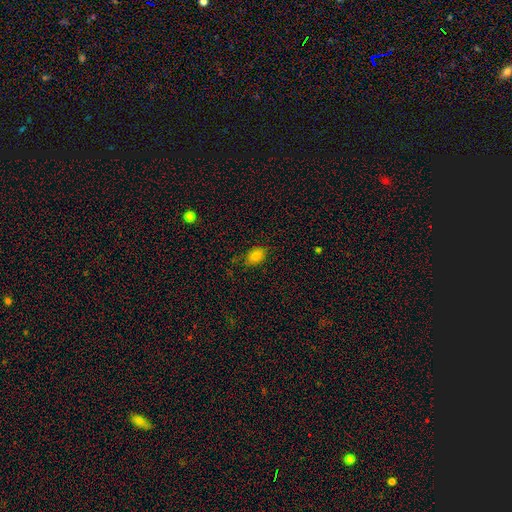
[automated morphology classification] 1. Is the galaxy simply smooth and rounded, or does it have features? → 82% smooth, 12% star or artifact, 6% featured or disk.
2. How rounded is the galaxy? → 82% in between, 16% round, 2% cigar-shaped.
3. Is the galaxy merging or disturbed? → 74% none, 19% minor disturbance, 5% major disturbance, 2% merger.